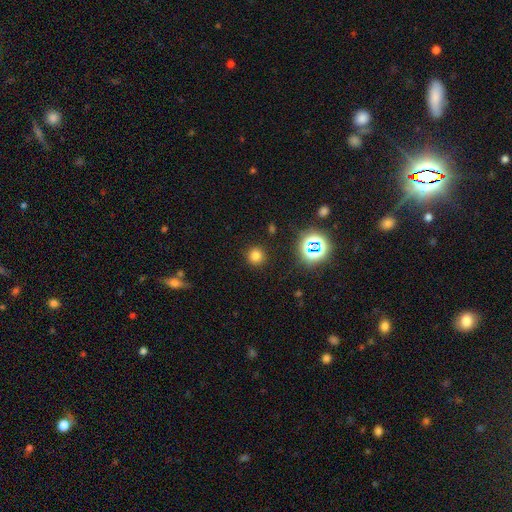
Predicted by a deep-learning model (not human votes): Q: Smooth or featured?
A: smooth (74%); runner-up: star or artifact (20%)
Q: How rounded?
A: round (94%); runner-up: in between (5%)
Q: Merging?
A: none (90%); runner-up: minor disturbance (6%)